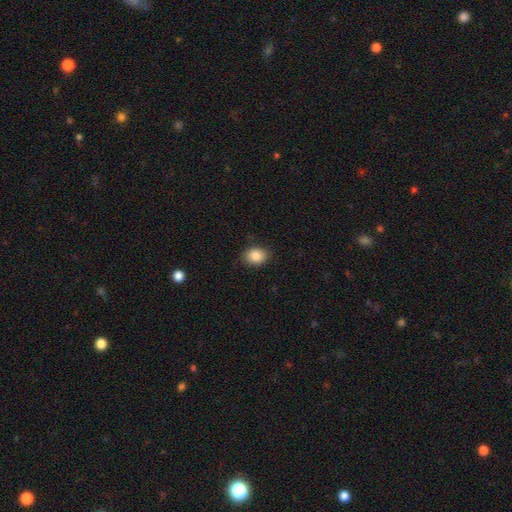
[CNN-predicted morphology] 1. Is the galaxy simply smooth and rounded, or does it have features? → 87% smooth, 8% star or artifact, 5% featured or disk.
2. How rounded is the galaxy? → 61% in between, 38% round, 1% cigar-shaped.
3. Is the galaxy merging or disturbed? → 86% none, 11% minor disturbance, 2% major disturbance, 1% merger.